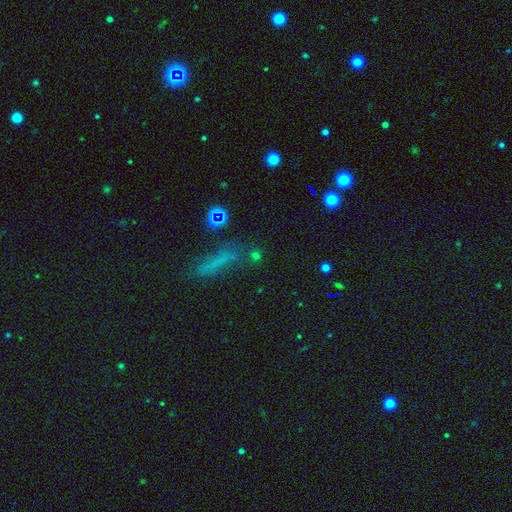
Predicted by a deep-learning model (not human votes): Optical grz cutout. It shows a smooth galaxy with no disk features (49%). Merging: none (71%).